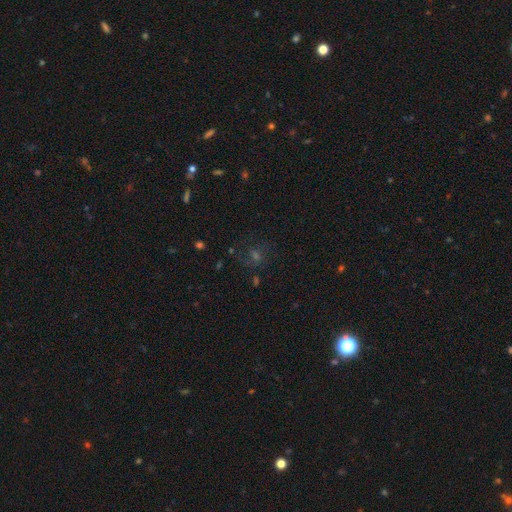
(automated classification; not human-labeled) This appears to be a star or artifact, not a galaxy (45%).